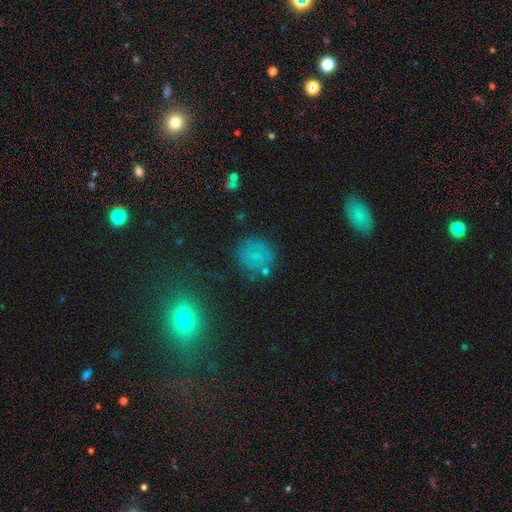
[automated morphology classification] Smooth or featured? smooth (62%)
How rounded? round (86%)
Merging? none (76%)